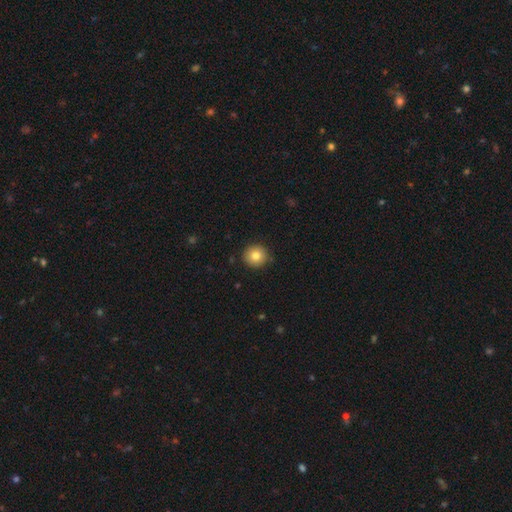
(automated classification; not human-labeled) smooth-or-featured: smooth: 80% | star or artifact: 10% | featured or disk: 10%
  how-rounded: round: 94% | in between: 5% | cigar-shaped: 1%
  merging: none: 89% | minor disturbance: 8% | major disturbance: 2% | merger: 1%